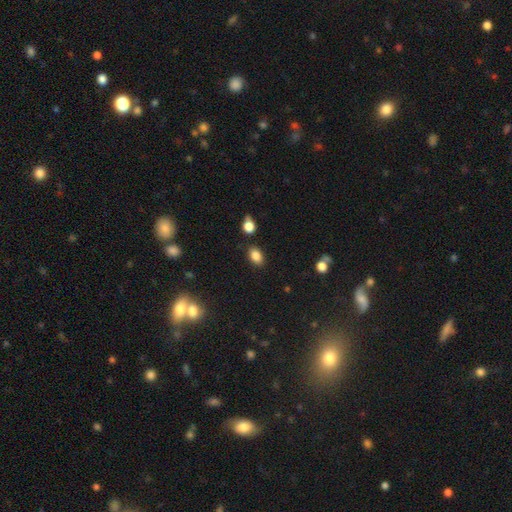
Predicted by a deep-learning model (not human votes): Smooth or featured? smooth (85%)
How rounded? in between (81%)
Merging? none (82%)